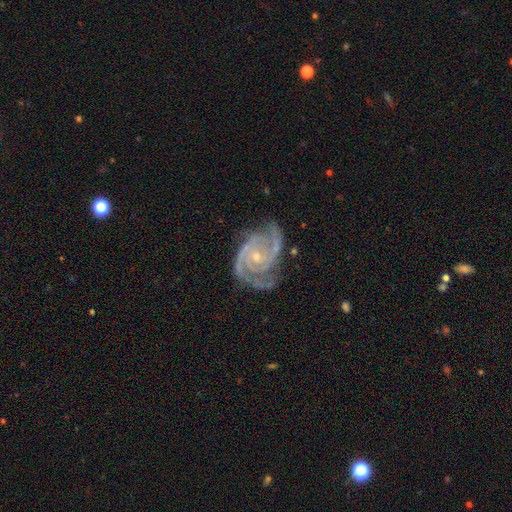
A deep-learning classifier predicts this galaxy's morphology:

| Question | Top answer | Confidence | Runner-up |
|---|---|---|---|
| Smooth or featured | featured or disk | 93% | star or artifact (4%) |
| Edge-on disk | no | 98% | yes (2%) |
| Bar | no | 67% | weak (25%) |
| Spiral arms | yes | 98% | no (2%) |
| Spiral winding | tight | 53% | medium (41%) |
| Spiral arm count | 2 | 54% | 3 (29%) |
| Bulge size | small | 70% | moderate (27%) |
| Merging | none | 66% | minor disturbance (23%) |